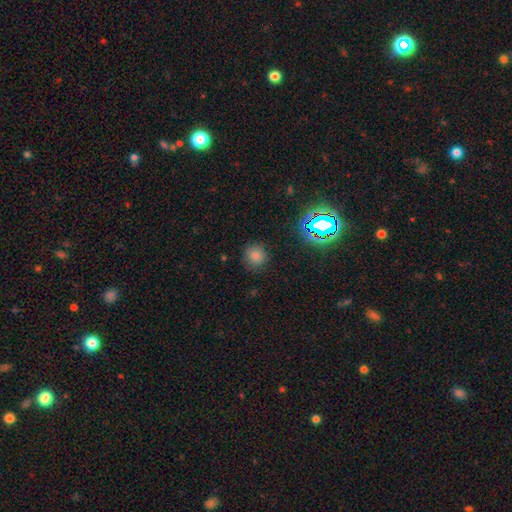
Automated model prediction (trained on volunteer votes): Q: Smooth or featured?
A: smooth (75%); runner-up: star or artifact (19%)
Q: How rounded?
A: round (90%); runner-up: in between (9%)
Q: Merging?
A: none (87%); runner-up: minor disturbance (9%)